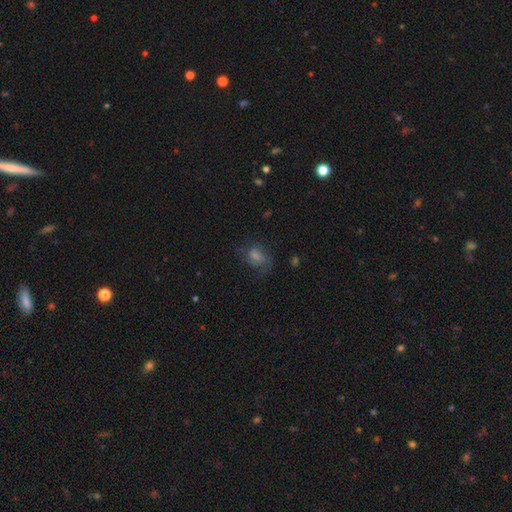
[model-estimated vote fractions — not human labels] Overall: smooth (43%; featured or disk 31%). Merging: none (57%; minor disturbance 22%).